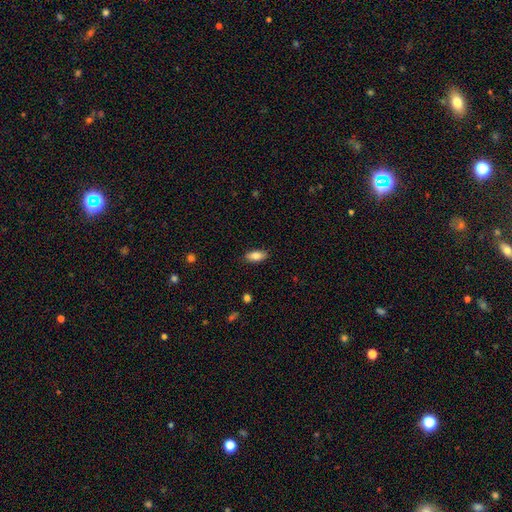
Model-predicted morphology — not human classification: smooth-or-featured: smooth: 83% | featured or disk: 10% | star or artifact: 7%
  how-rounded: in between: 86% | cigar-shaped: 11% | round: 3%
  merging: none: 88% | minor disturbance: 9% | major disturbance: 2% | merger: 1%